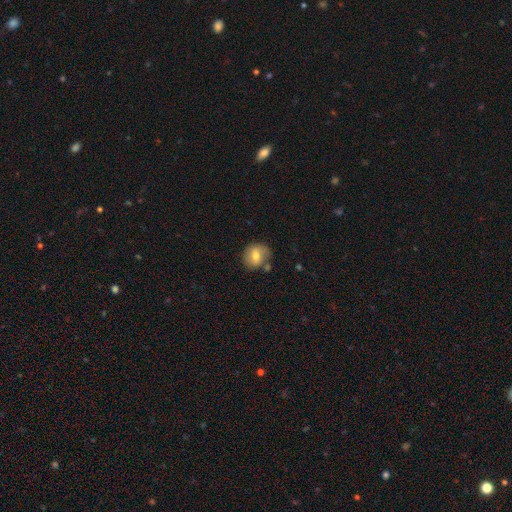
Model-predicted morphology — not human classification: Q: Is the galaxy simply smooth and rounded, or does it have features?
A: smooth — 69%.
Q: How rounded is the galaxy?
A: round — 67%.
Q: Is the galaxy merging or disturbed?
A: none — 68%.